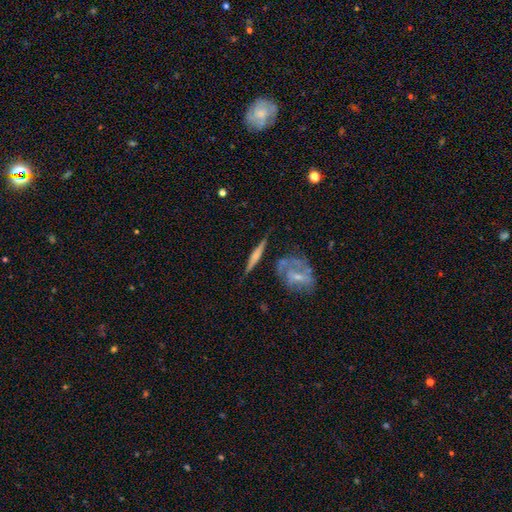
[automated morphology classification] Q: Smooth or featured?
A: featured or disk (55%); runner-up: smooth (39%)
Q: Edge-on disk?
A: yes (89%); runner-up: no (11%)
Q: Merging?
A: none (72%); runner-up: minor disturbance (16%)